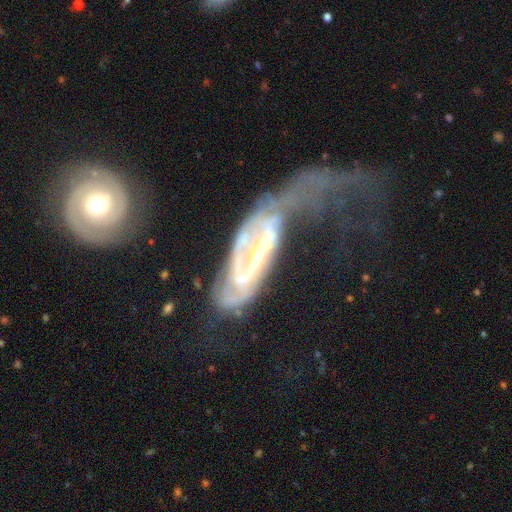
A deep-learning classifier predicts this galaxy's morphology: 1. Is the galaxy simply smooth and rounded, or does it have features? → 83% featured or disk, 11% smooth, 7% star or artifact.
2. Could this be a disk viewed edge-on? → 86% no, 14% yes.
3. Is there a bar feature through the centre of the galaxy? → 47% strong, 31% weak, 21% no.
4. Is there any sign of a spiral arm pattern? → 85% yes, 15% no.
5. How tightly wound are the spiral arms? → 38% tight, 37% medium, 25% loose.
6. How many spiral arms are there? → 48% 2, 26% can't tell, 16% 1, 6% 3, 3% 4, 3% more than 4.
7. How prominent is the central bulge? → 46% small, 43% moderate, 5% large, 4% none, 2% dominant.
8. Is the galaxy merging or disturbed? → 57% major disturbance, 16% merger, 14% none, 12% minor disturbance.